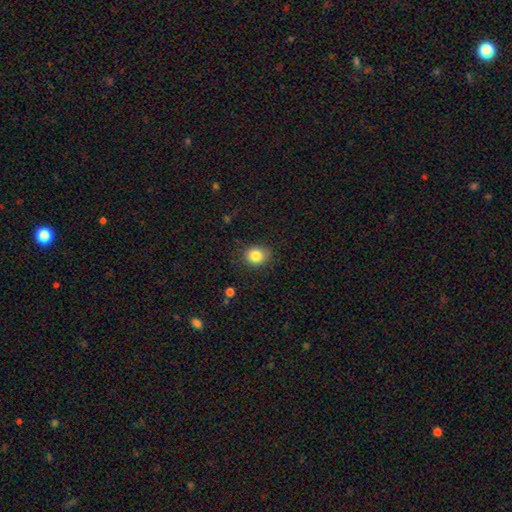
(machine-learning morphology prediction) smooth 84%, star or artifact 10%, featured or disk 6%. Down the decision tree: how rounded — round (73%); merging — none (84%).